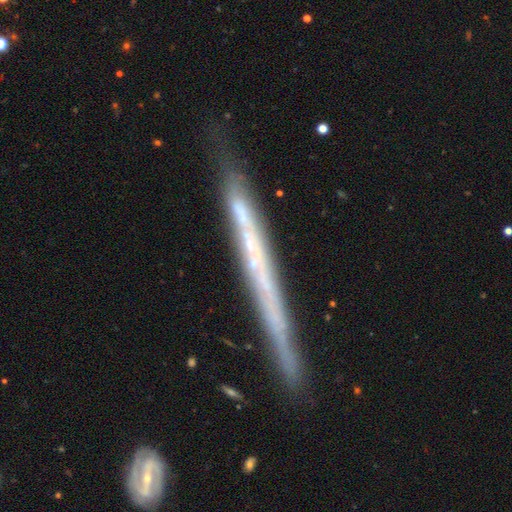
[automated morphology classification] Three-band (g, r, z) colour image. It shows a featured or disk galaxy (68%) viewed edge-on (94%) with no central bulge (90%). Merging: none (80%).